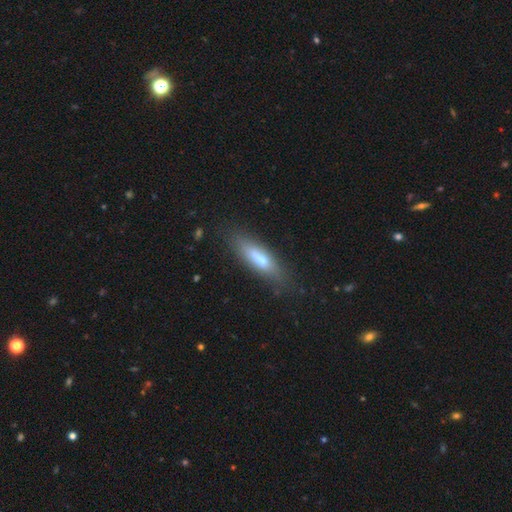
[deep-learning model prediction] smooth-or-featured: smooth: 60% | featured or disk: 32% | star or artifact: 9%
  how-rounded: cigar-shaped: 67% | in between: 31% | round: 2%
  merging: none: 81% | minor disturbance: 14% | major disturbance: 4% | merger: 2%